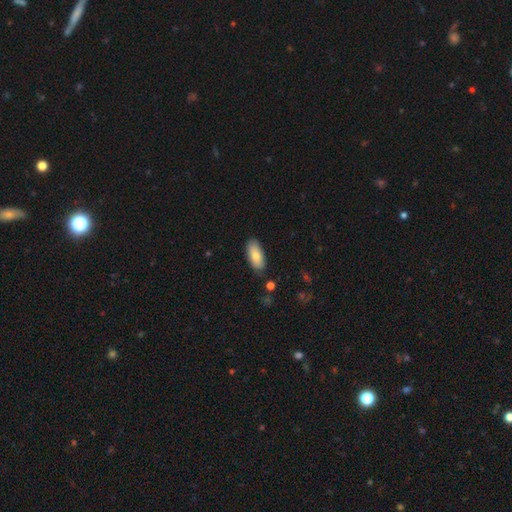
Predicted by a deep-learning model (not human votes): A smooth galaxy with no disk features (82%) that is in between round and cigar-shaped (88%). Merging: none (85%).